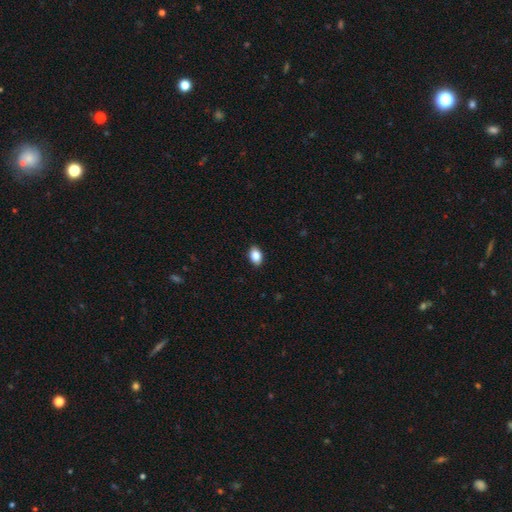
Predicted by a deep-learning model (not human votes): A smooth galaxy with no disk features (87%) that is in between round and cigar-shaped (85%).

Vote fractions:
- Smooth or featured? smooth: 87% / star or artifact: 8% / featured or disk: 5%
- How rounded? in between: 85% / round: 13% / cigar-shaped: 1%
- Merging? none: 89% / minor disturbance: 8% / major disturbance: 2% / merger: 1%